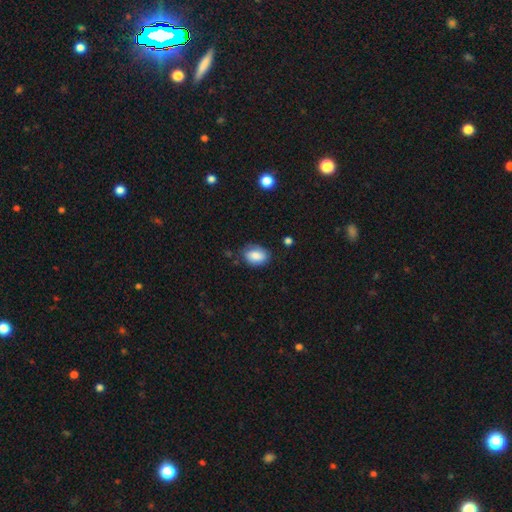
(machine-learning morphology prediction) smooth_or_featured: smooth (p=0.79) [alt: featured or disk p=0.13]
how_rounded: in between (p=0.81) [alt: round p=0.18]
merging: none (p=0.70) [alt: minor disturbance p=0.22]